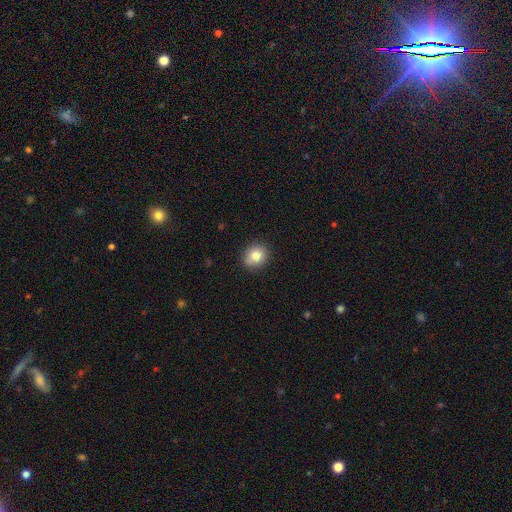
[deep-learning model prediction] A smooth galaxy with no disk features (82%) that is round (70%).

Vote fractions:
- Smooth or featured? smooth: 82% / star or artifact: 9% / featured or disk: 8%
- How rounded? round: 70% / in between: 29% / cigar-shaped: 1%
- Merging? none: 83% / minor disturbance: 13% / major disturbance: 2% / merger: 2%